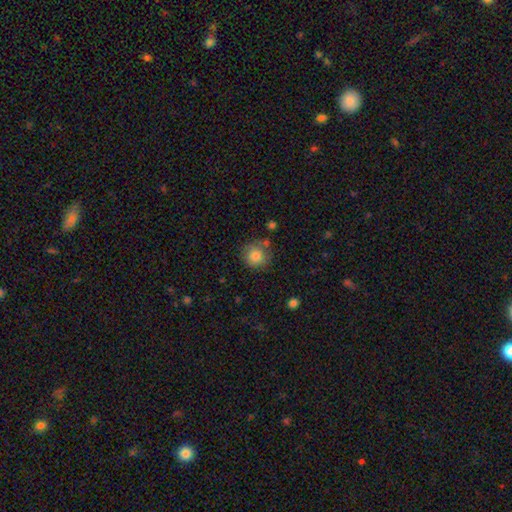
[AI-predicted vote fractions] Overall: smooth (84%). How rounded: round (90%). Merging: none (69%).